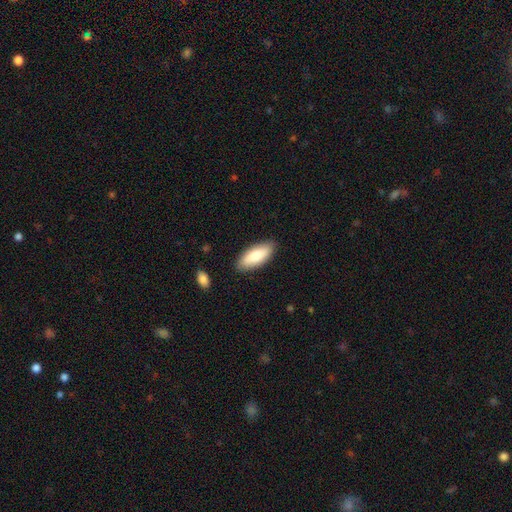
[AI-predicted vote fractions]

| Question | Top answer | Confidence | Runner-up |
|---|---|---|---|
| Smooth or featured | smooth | 80% | featured or disk (15%) |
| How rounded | in between | 79% | cigar-shaped (19%) |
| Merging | none | 86% | minor disturbance (10%) |